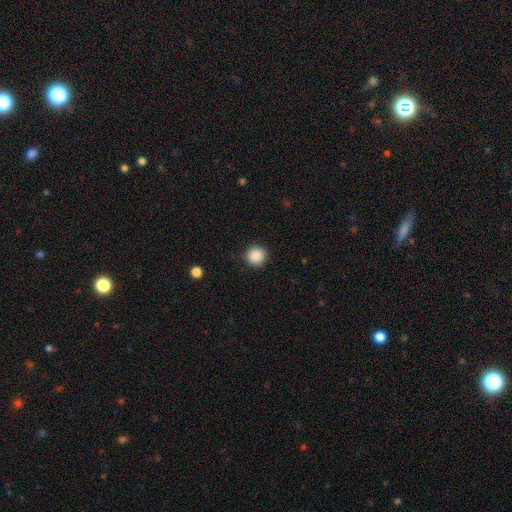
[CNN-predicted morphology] smooth-or-featured: smooth: 88% | star or artifact: 9% | featured or disk: 3%
  how-rounded: round: 95% | in between: 4% | cigar-shaped: 1%
  merging: none: 91% | minor disturbance: 6% | major disturbance: 2% | merger: 1%